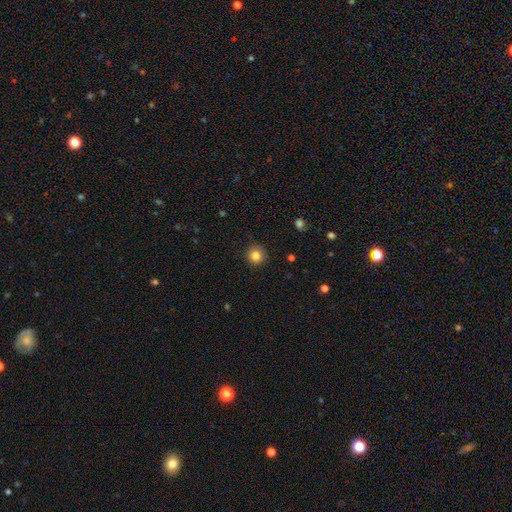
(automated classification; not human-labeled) Overall: smooth (82%). How rounded: round (93%). Merging: none (89%).